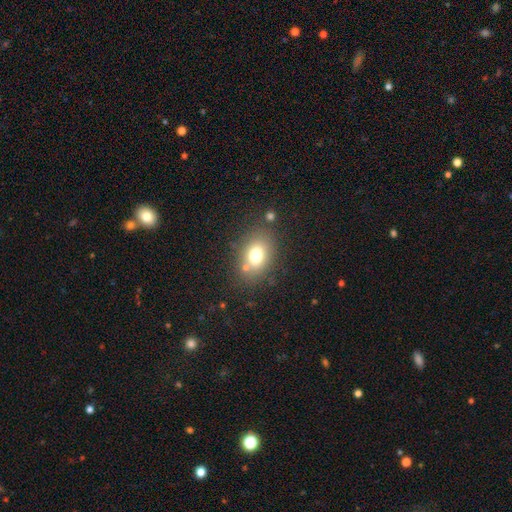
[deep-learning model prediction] This appears to be a smooth galaxy with no disk features (73%) that is in between round and cigar-shaped (70%). Merging: none (75%).